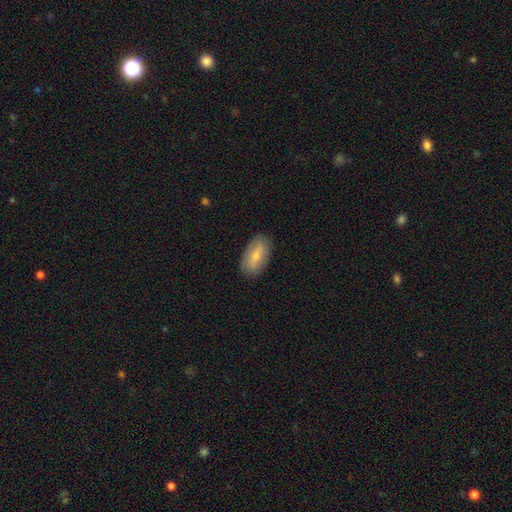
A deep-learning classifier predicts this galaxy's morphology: smooth-or-featured: smooth: 67% | featured or disk: 26% | star or artifact: 6%
  how-rounded: in between: 92% | round: 4% | cigar-shaped: 4%
  merging: none: 86% | minor disturbance: 11% | major disturbance: 3% | merger: 1%